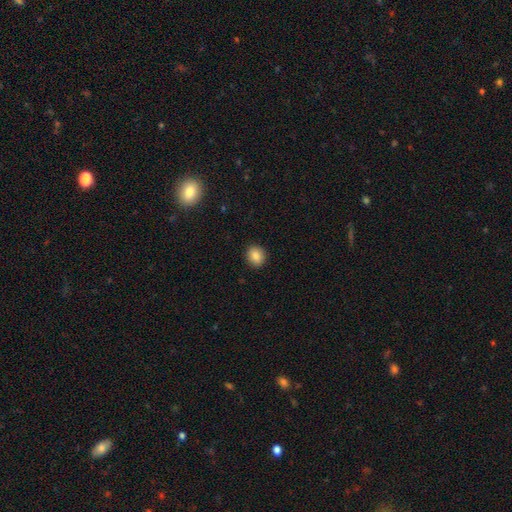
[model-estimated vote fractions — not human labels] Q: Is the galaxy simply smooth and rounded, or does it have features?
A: smooth — 87%.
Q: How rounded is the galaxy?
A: round — 70%.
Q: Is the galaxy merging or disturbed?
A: none — 90%.